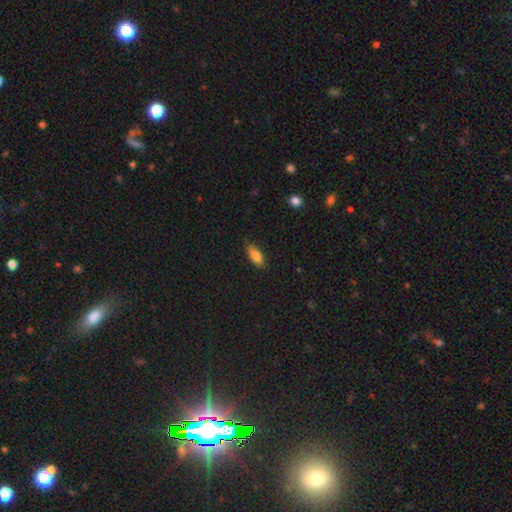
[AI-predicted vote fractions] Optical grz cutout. It shows a smooth galaxy with no disk features (85%) that is in between round and cigar-shaped (79%). Merging: none (80%).